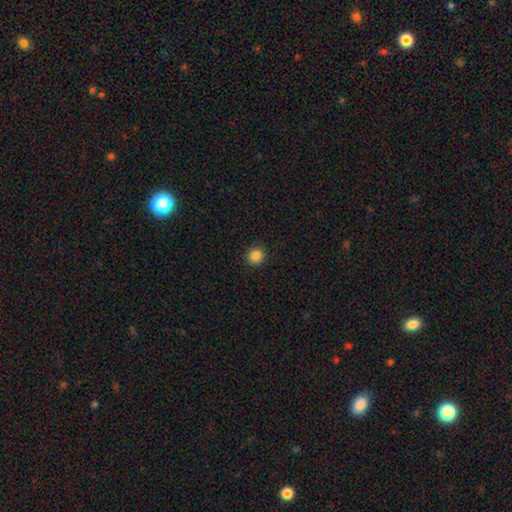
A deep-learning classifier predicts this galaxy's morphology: smooth_or_featured: smooth (p=0.86) [alt: star or artifact p=0.11]
how_rounded: round (p=0.93) [alt: in between p=0.06]
merging: none (p=0.92) [alt: minor disturbance p=0.05]